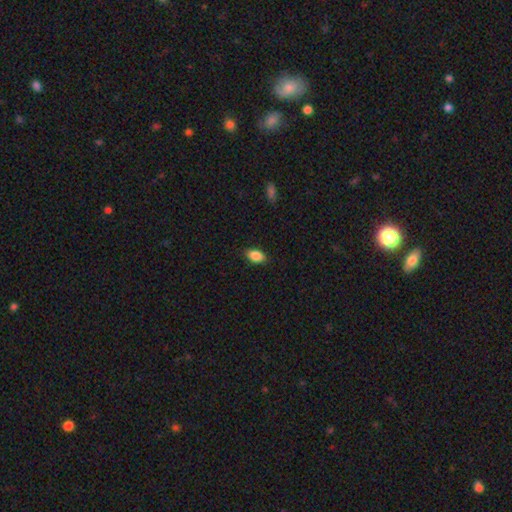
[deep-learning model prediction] smooth 86%, star or artifact 8%, featured or disk 6%. Down the decision tree: how rounded — in between (90%); merging — none (86%).